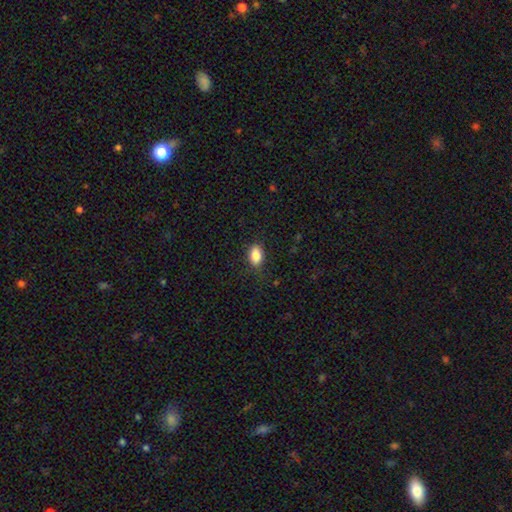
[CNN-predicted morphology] type=smooth (86%); roundness=in between (86%); merging=none (82%).